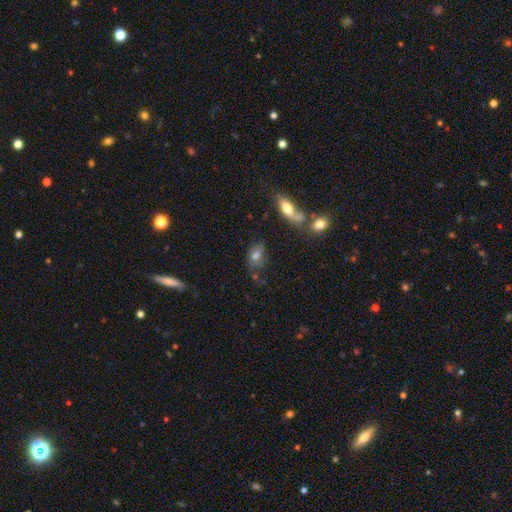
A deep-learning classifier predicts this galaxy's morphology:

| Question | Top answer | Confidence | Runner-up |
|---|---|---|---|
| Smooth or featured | smooth | 67% | featured or disk (20%) |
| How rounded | in between | 82% | round (13%) |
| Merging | none | 51% | minor disturbance (24%) |